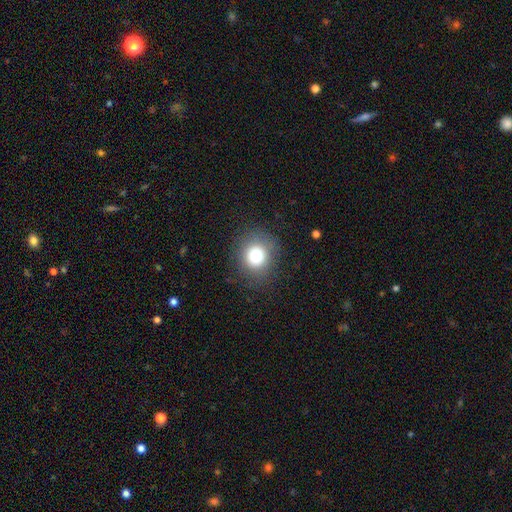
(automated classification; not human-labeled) Smooth or featured: smooth — 80% (star or artifact — 11%)
How rounded: round — 86% (in between — 13%)
Merging: none — 84% (minor disturbance — 10%)